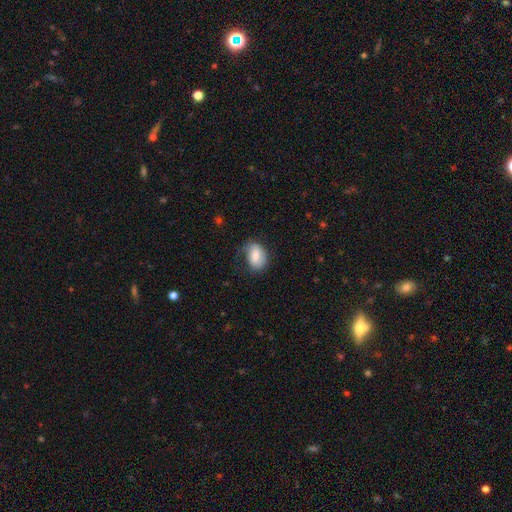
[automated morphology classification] Smooth or featured? Predicted: smooth (p=0.74). How rounded? Predicted: in between (p=0.79). Merging? Predicted: none (p=0.55).